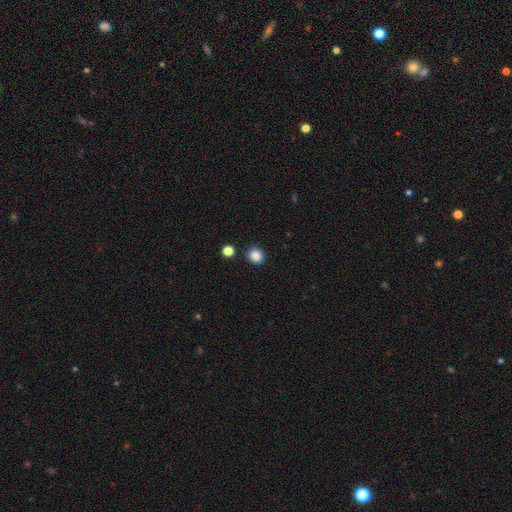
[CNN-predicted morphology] Smooth or featured: smooth — 86% (star or artifact — 11%)
How rounded: round — 87% (in between — 12%)
Merging: none — 89% (minor disturbance — 6%)